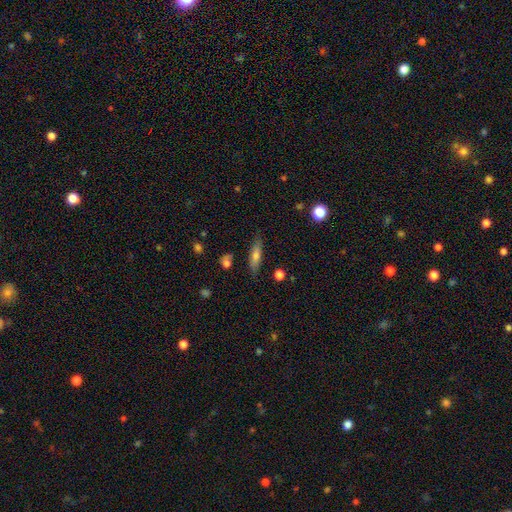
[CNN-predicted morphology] Smooth or featured? smooth (62%)
How rounded? cigar-shaped (69%)
Merging? none (83%)